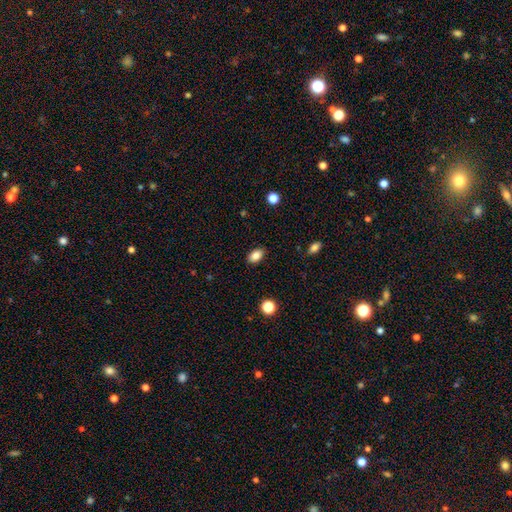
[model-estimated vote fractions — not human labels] This appears to be a smooth galaxy with no disk features (86%) that is in between round and cigar-shaped (86%). Merging: none (88%).